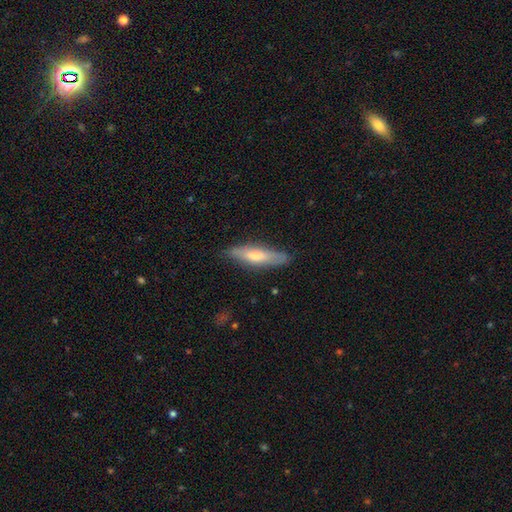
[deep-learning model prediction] Smooth or featured?
  - smooth: 60% *
  - featured or disk: 34%
  - star or artifact: 6%
How rounded?
  - cigar-shaped: 74% *
  - in between: 24%
  - round: 2%
Merging?
  - none: 83% *
  - minor disturbance: 13%
  - major disturbance: 3%
  - merger: 1%